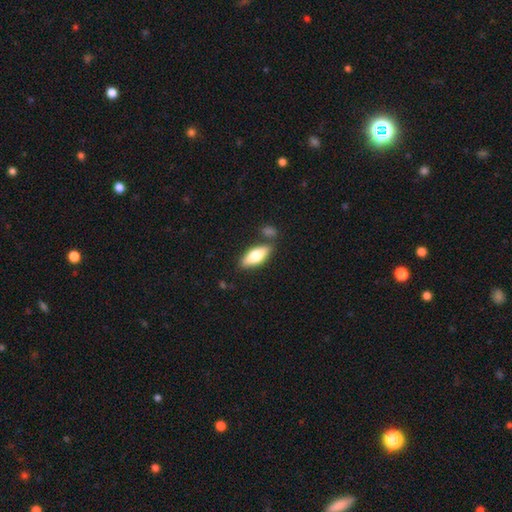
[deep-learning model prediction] This appears to be a smooth galaxy with no disk features (67%) that is in between round and cigar-shaped (71%). Merging: none (75%).